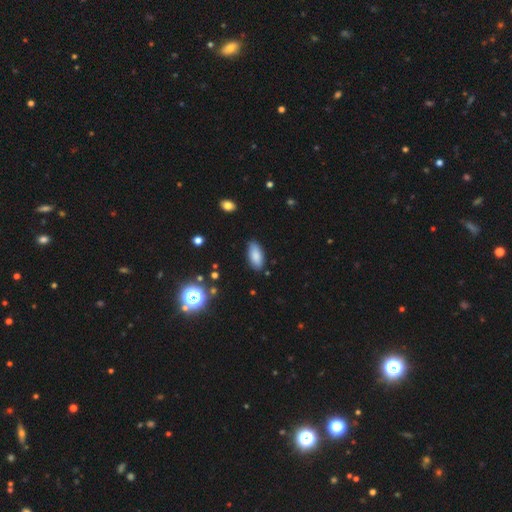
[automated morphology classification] A smooth galaxy with no disk features (85%) that is in between round and cigar-shaped (88%). Merging: none (84%).